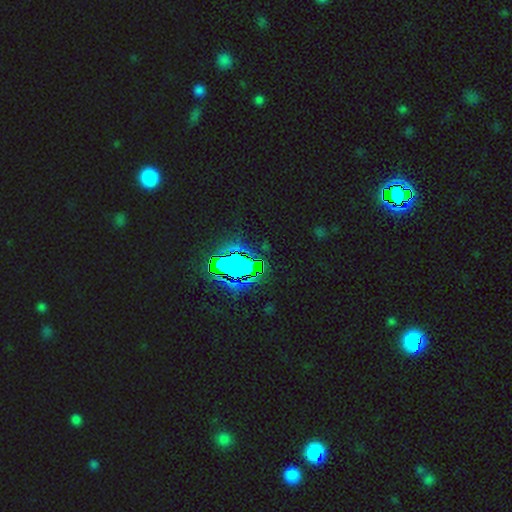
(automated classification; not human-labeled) smooth_or_featured: star or artifact (p=0.82) [alt: smooth p=0.11]